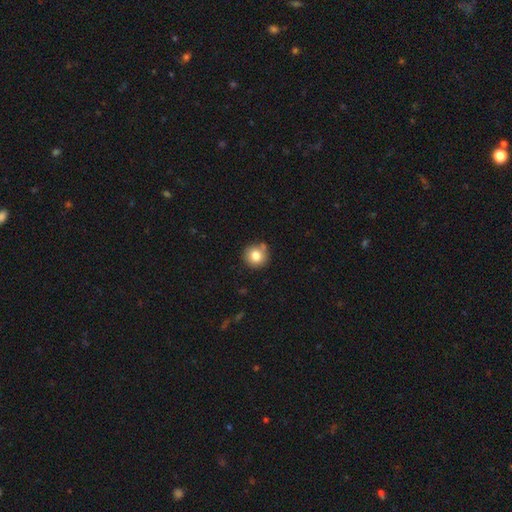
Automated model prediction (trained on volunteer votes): Morphology: type=smooth (81%); roundness=round (93%); merging=none (78%).